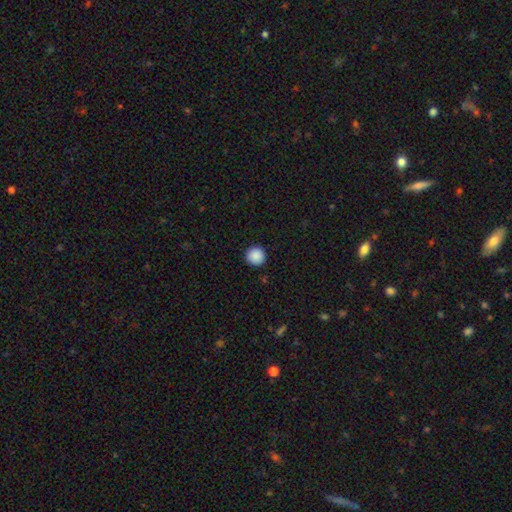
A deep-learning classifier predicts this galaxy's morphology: Smooth or featured: smooth — 89% (star or artifact — 9%)
How rounded: round — 96% (in between — 3%)
Merging: none — 92% (minor disturbance — 5%)